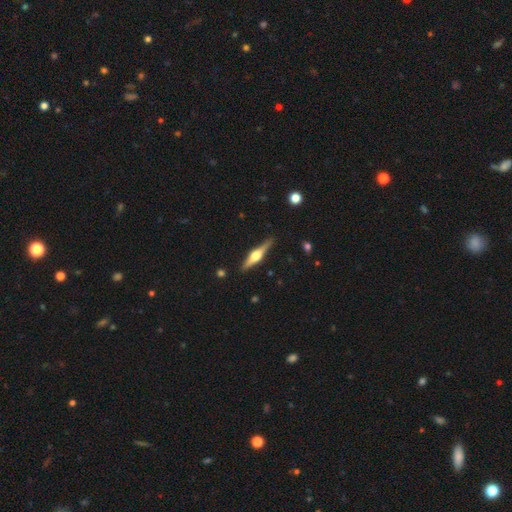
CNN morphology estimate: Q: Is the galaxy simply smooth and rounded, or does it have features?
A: featured or disk — 73%.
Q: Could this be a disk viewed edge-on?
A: yes — 97%.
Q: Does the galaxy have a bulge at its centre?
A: rounded — 94%.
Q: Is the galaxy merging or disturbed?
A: none — 89%.